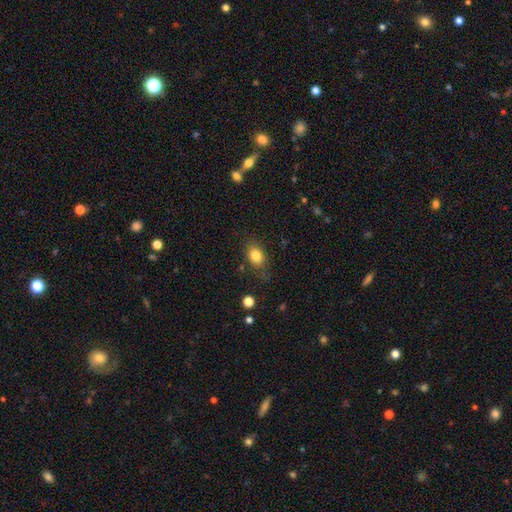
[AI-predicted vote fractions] Morphology: type=smooth (82%); roundness=in between (63%); merging=none (76%).